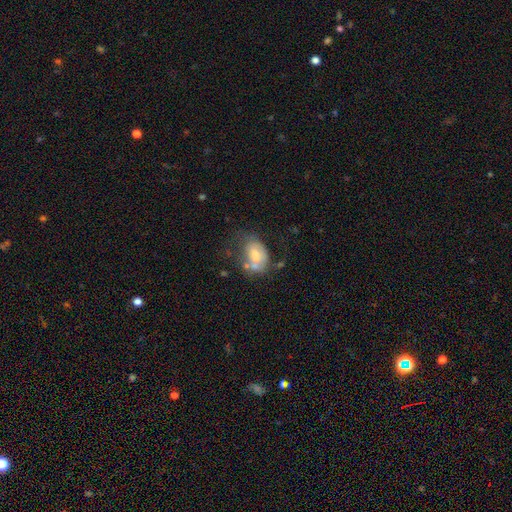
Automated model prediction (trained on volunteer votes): This appears to be a smooth galaxy with no disk features (52%) that is in between round and cigar-shaped (82%). Merging: none (31%).